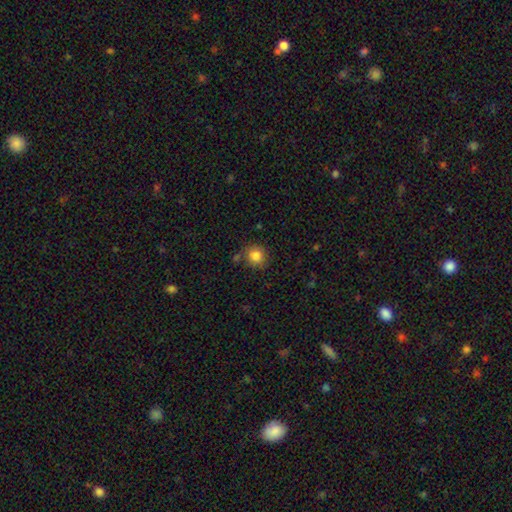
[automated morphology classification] Smooth or featured? smooth (84%)
How rounded? round (85%)
Merging? none (73%)